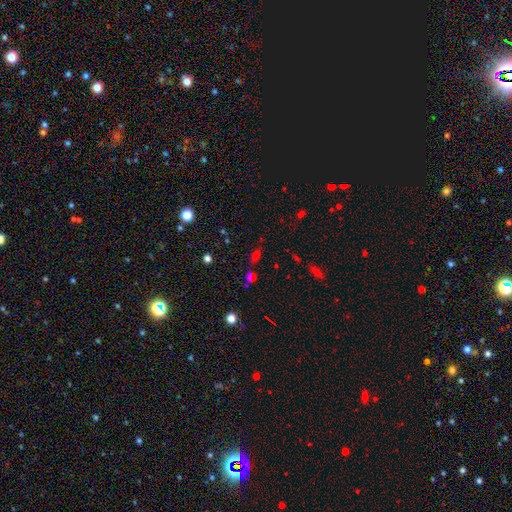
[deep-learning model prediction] The model was most divided on "smooth or featured": smooth: 46%, star or artifact: 44%, featured or disk: 11%. More confident: merging — none (64%).